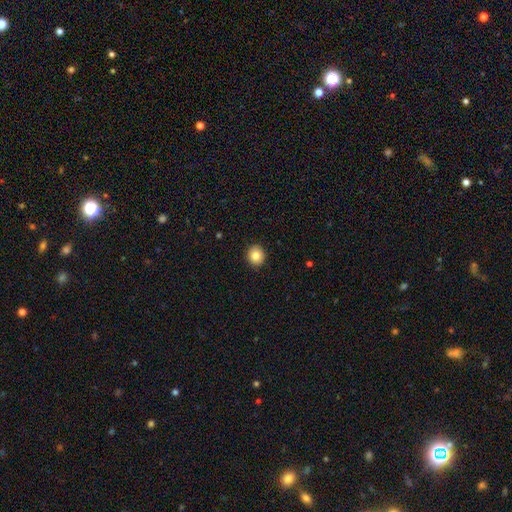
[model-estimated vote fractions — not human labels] Q: Smooth or featured?
A: smooth (84%); runner-up: star or artifact (9%)
Q: How rounded?
A: round (82%); runner-up: in between (17%)
Q: Merging?
A: none (91%); runner-up: minor disturbance (6%)